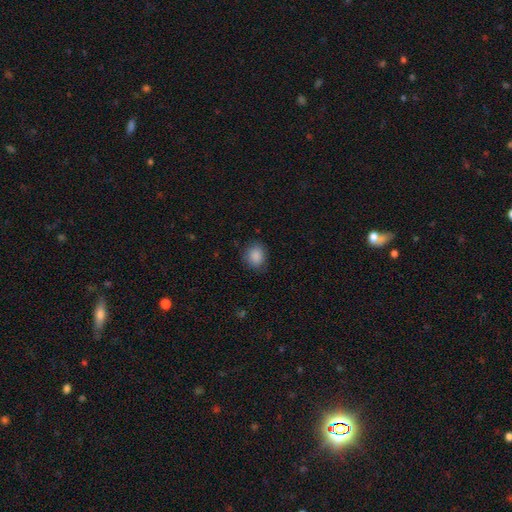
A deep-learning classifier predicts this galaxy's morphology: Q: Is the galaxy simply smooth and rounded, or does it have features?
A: smooth — 87%.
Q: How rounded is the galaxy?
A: round — 60%.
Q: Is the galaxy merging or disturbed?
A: none — 81%.